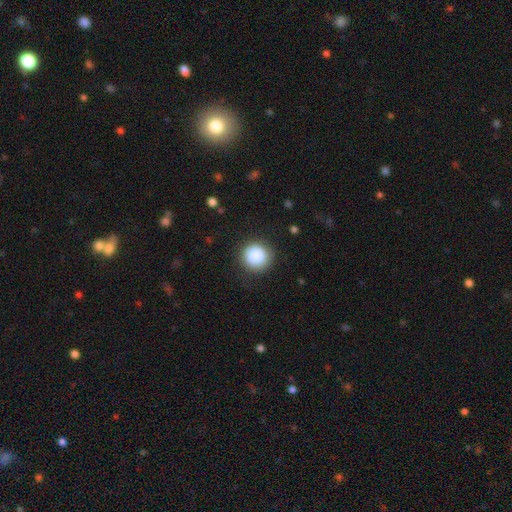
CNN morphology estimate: A smooth galaxy with no disk features (89%) that is round (94%).

Vote fractions:
- Smooth or featured? smooth: 89% / star or artifact: 8% / featured or disk: 4%
- How rounded? round: 94% / in between: 6% / cigar-shaped: 1%
- Merging? none: 88% / minor disturbance: 8% / major disturbance: 3% / merger: 1%